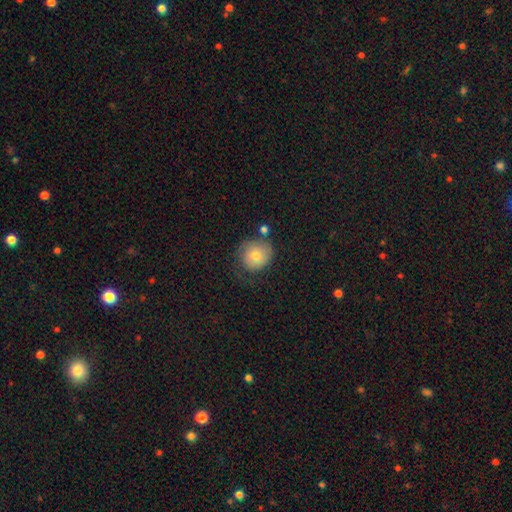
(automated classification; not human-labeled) This appears to be a smooth galaxy with no disk features (71%) that is round (84%). Merging: none (57%).